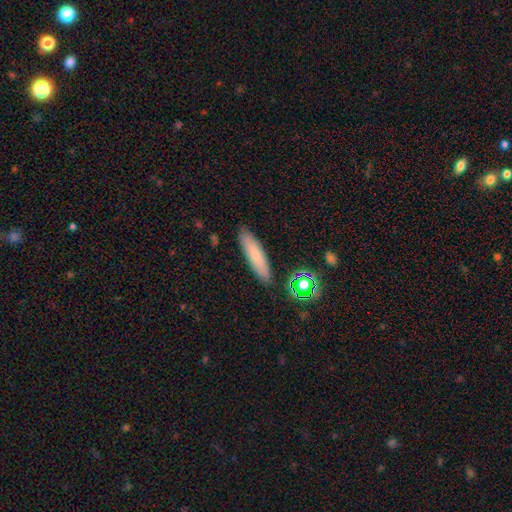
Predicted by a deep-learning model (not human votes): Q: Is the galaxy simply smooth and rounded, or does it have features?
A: smooth — 76%.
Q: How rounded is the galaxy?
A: cigar-shaped — 76%.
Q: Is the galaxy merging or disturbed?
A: none — 88%.